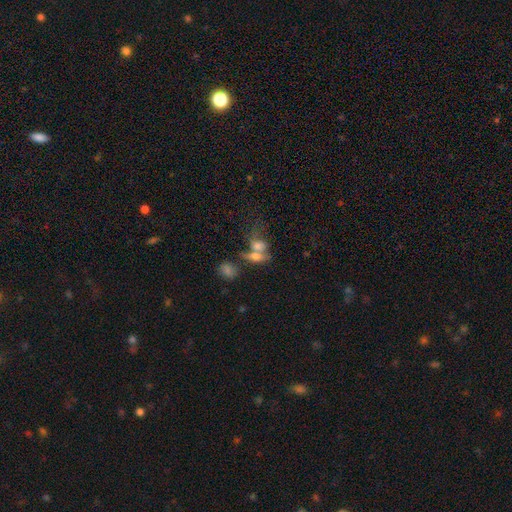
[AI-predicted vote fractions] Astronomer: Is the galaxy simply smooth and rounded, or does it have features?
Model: smooth — 60%.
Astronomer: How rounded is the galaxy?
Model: in between — 66%.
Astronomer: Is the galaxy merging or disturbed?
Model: merger — 53% (runner-up: none, 28%).